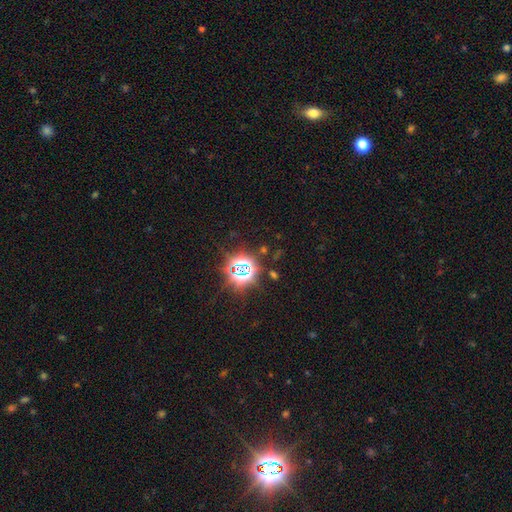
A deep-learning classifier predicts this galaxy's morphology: type=star or artifact (79%).